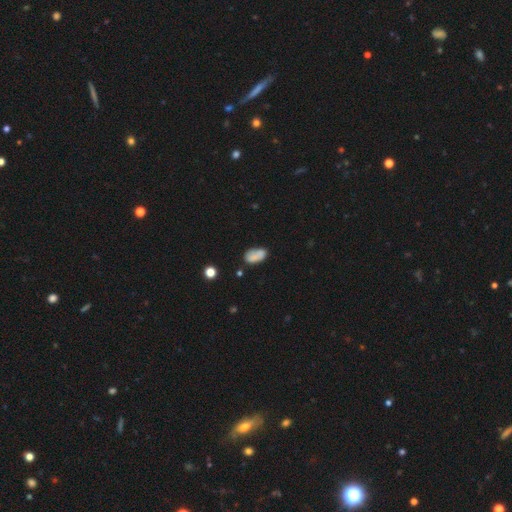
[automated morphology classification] smooth_or_featured: smooth (p=0.77) [alt: featured or disk p=0.13]
how_rounded: in between (p=0.91) [alt: round p=0.06]
merging: none (p=0.60) [alt: minor disturbance p=0.24]